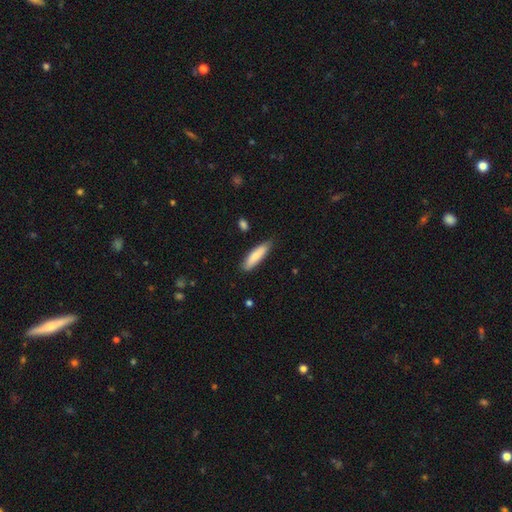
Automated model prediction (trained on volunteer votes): This appears to be a smooth galaxy with no disk features (83%) that is cigar-shaped (68%). Merging: none (82%).